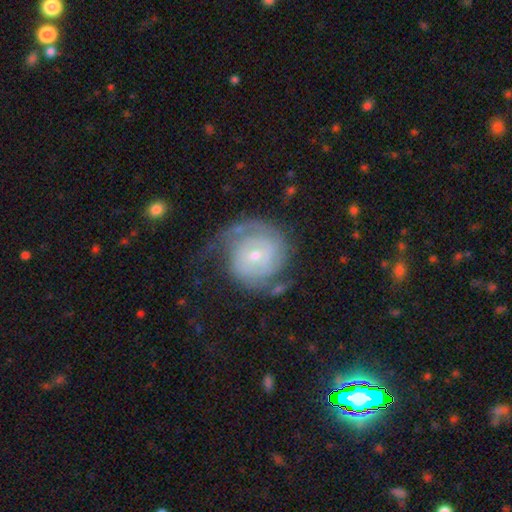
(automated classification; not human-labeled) Q: Smooth or featured?
A: featured or disk (78%); runner-up: smooth (16%)
Q: Edge-on disk?
A: no (98%); runner-up: yes (2%)
Q: Bar?
A: no (64%); runner-up: weak (30%)
Q: Spiral arms?
A: yes (92%); runner-up: no (8%)
Q: Spiral winding?
A: tight (62%); runner-up: medium (27%)
Q: Spiral arm count?
A: 2 (49%); runner-up: can't tell (25%)
Q: Bulge size?
A: small (61%); runner-up: moderate (35%)
Q: Merging?
A: none (56%); runner-up: minor disturbance (22%)